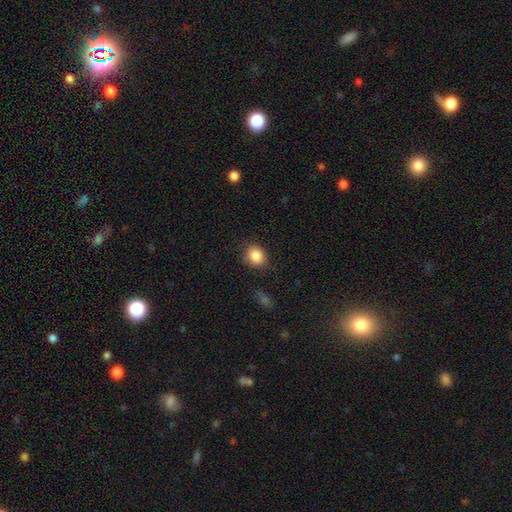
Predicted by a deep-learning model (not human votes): smooth-or-featured: smooth: 86% | star or artifact: 9% | featured or disk: 5%
  how-rounded: round: 67% | in between: 32% | cigar-shaped: 1%
  merging: none: 82% | minor disturbance: 13% | major disturbance: 3% | merger: 2%